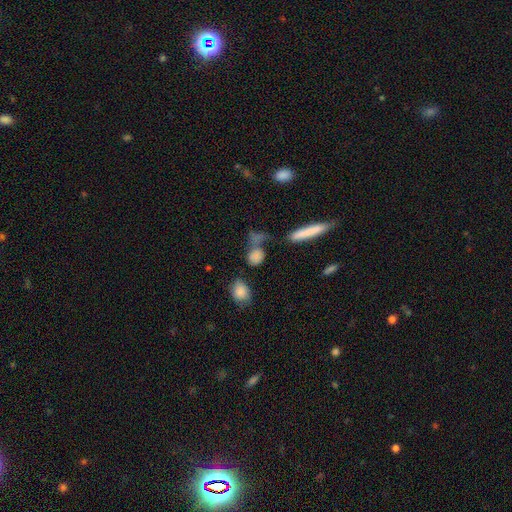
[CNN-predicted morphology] Smooth or featured?
  - smooth: 78% *
  - star or artifact: 12%
  - featured or disk: 10%
How rounded?
  - round: 48% *
  - in between: 42%
  - cigar-shaped: 9%
Merging?
  - none: 44% *
  - merger: 26%
  - minor disturbance: 16%
  - major disturbance: 14%